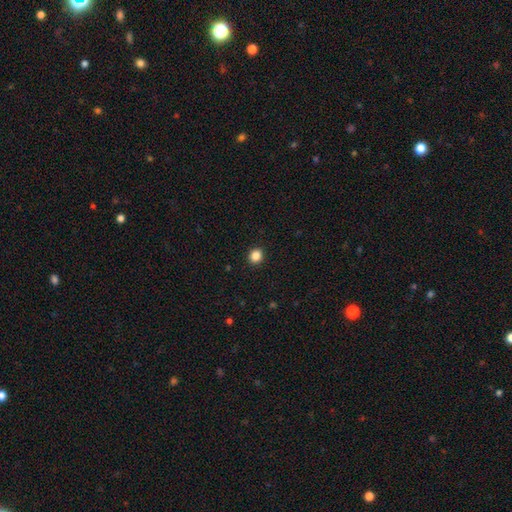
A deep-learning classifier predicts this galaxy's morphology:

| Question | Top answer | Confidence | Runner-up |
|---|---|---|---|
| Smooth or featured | smooth | 86% | star or artifact (11%) |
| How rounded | round | 75% | in between (24%) |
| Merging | none | 92% | minor disturbance (5%) |